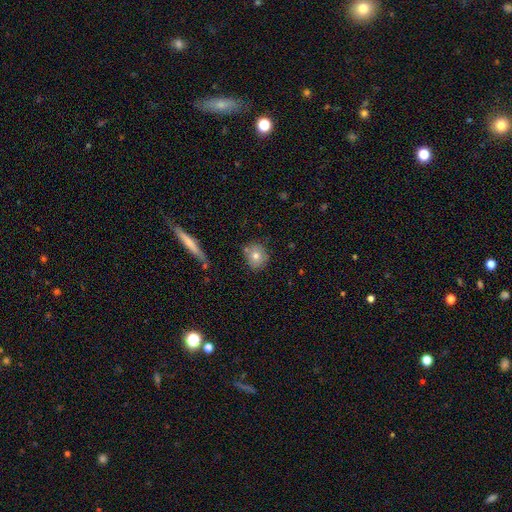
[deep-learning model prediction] Smooth or featured? smooth (73%)
How rounded? round (81%)
Merging? none (77%)